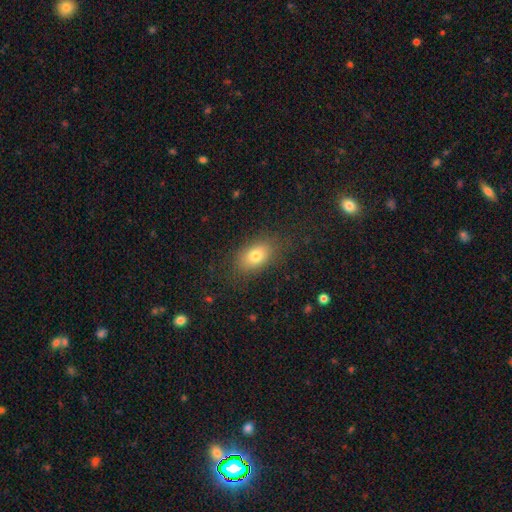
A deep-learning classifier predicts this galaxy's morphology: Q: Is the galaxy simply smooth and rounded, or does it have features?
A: smooth — 77%.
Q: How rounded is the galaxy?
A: in between — 84%.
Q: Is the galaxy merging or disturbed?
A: none — 82%.